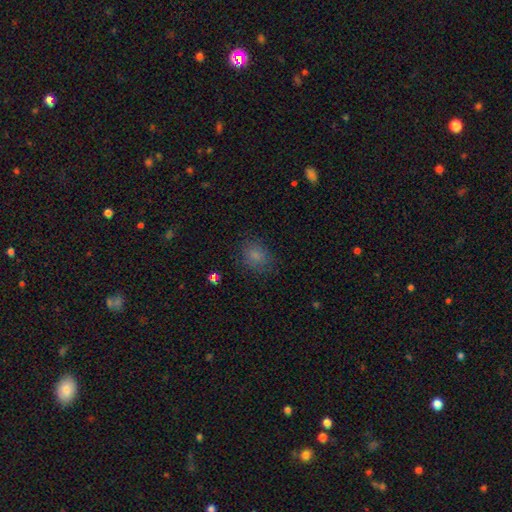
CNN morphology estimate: A smooth galaxy with no disk features (79%) that is round (51%). Merging: none (77%).